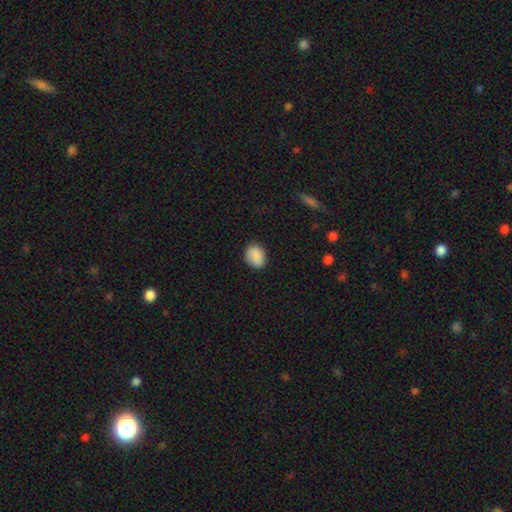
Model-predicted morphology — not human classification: This appears to be a smooth galaxy with no disk features (88%) that is in between round and cigar-shaped (59%). Merging: none (82%).